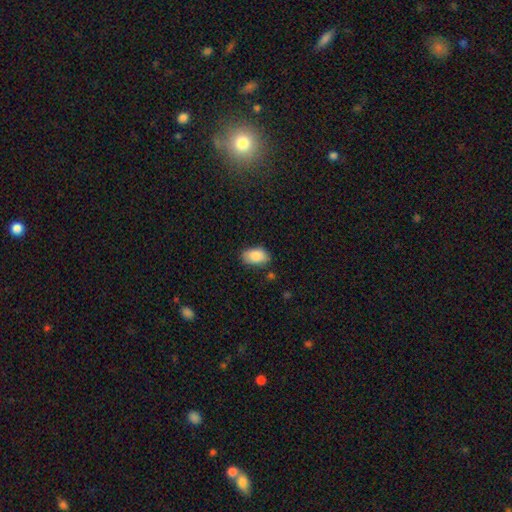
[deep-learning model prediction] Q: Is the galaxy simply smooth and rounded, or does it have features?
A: smooth — 87%.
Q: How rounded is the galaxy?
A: in between — 91%.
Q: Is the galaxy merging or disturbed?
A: none — 79%.